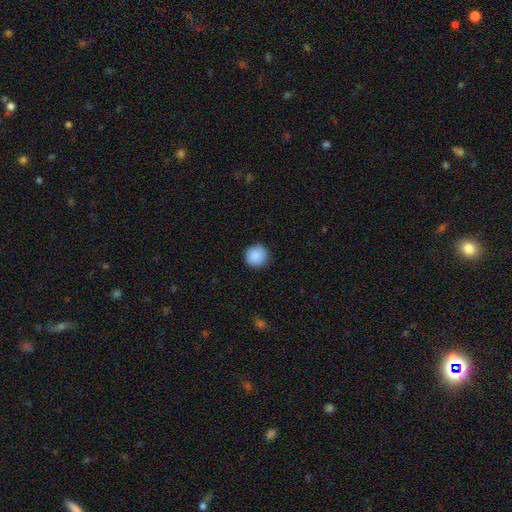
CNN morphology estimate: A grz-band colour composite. It shows a smooth galaxy with no disk features (89%) that is round (95%). Merging: none (91%).